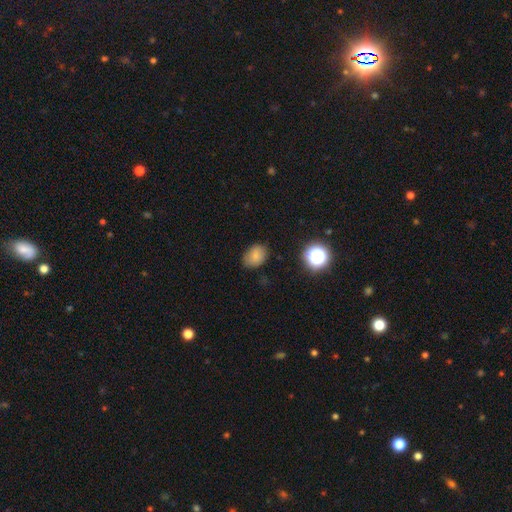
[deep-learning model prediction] smooth-or-featured: smooth: 79% | star or artifact: 13% | featured or disk: 8%
  how-rounded: in between: 72% | round: 26% | cigar-shaped: 1%
  merging: none: 78% | minor disturbance: 17% | major disturbance: 4% | merger: 1%